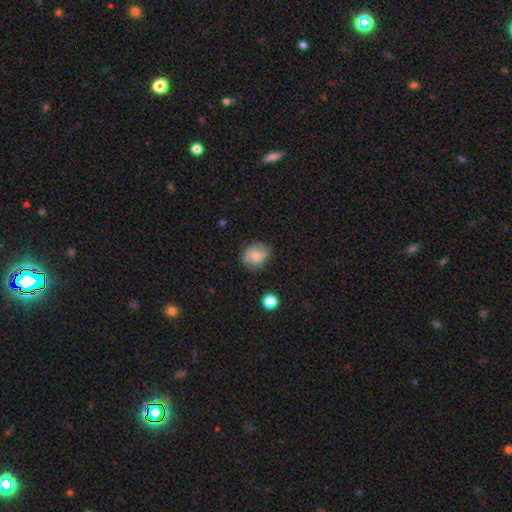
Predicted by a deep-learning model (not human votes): A smooth galaxy with no disk features (76%) that is round (58%). Merging: none (71%).